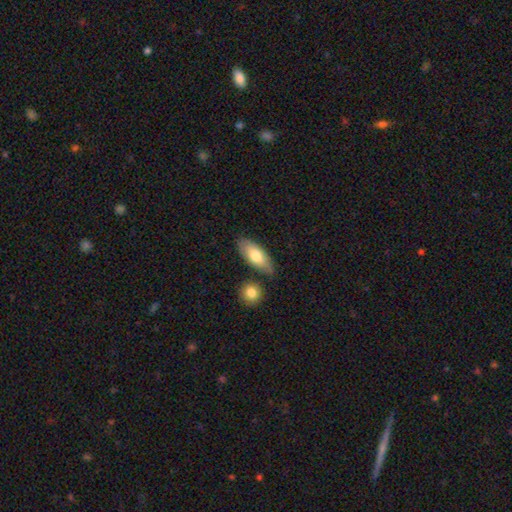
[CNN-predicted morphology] smooth-or-featured: smooth: 74% | featured or disk: 21% | star or artifact: 5%
  how-rounded: in between: 82% | cigar-shaped: 16% | round: 2%
  merging: none: 77% | minor disturbance: 13% | merger: 7% | major disturbance: 3%